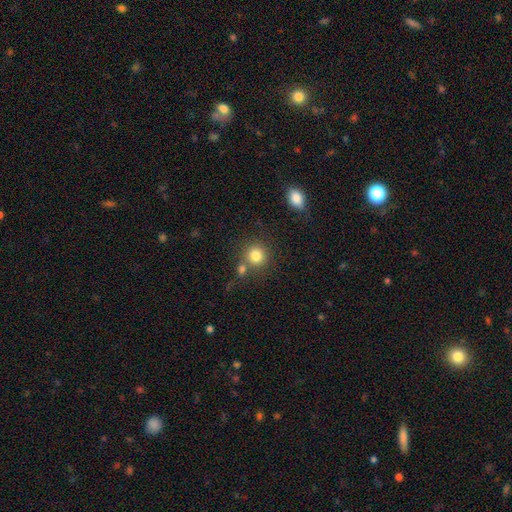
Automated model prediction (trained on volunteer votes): A smooth galaxy with no disk features (82%) that is round (89%).

Vote fractions:
- Smooth or featured? smooth: 82% / star or artifact: 11% / featured or disk: 7%
- How rounded? round: 89% / in between: 10% / cigar-shaped: 1%
- Merging? none: 66% / merger: 20% / minor disturbance: 9% / major disturbance: 4%